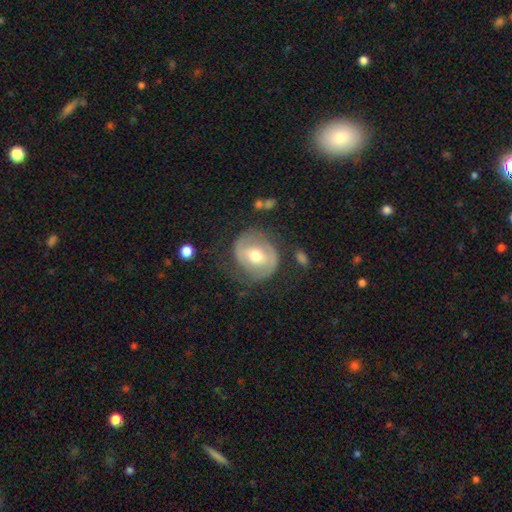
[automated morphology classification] This is likely a featured or disk galaxy (66%). It is clearly not viewed edge-on (97%). Bar: marginally weak (42%). Spiral arm pattern: likely yes (72%). Central bulge: likely moderate (72%). Merging: likely none (67%).